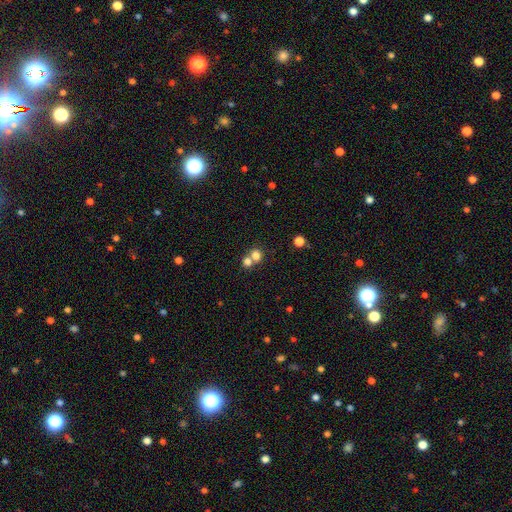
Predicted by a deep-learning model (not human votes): This is likely a smooth galaxy (77%). How rounded: likely round (74%). Merging: possibly merger (52%).